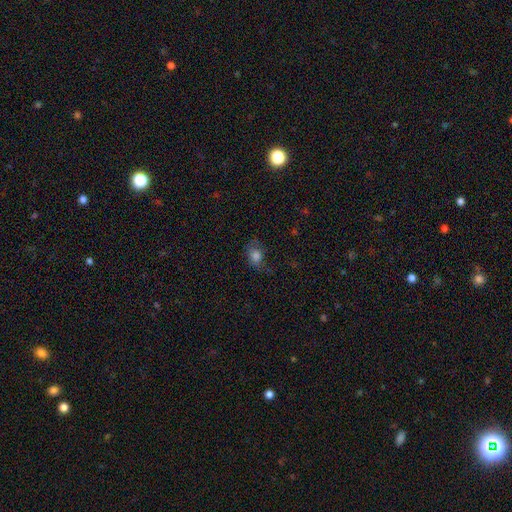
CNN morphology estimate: type=smooth (79%); roundness=in between (66%); merging=none (54%).